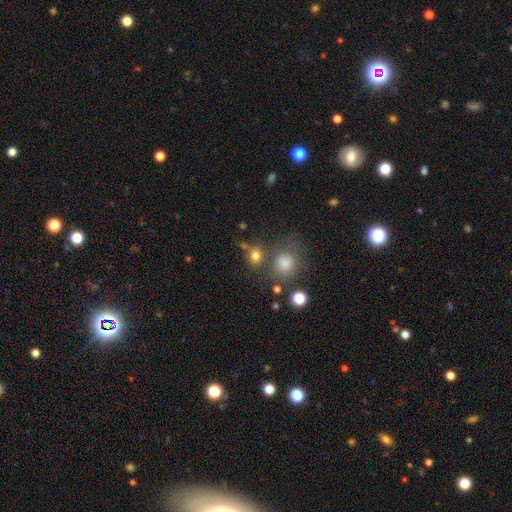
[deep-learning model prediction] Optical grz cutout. It shows a smooth galaxy with no disk features (76%) that is round (62%). Merging: none (62%).